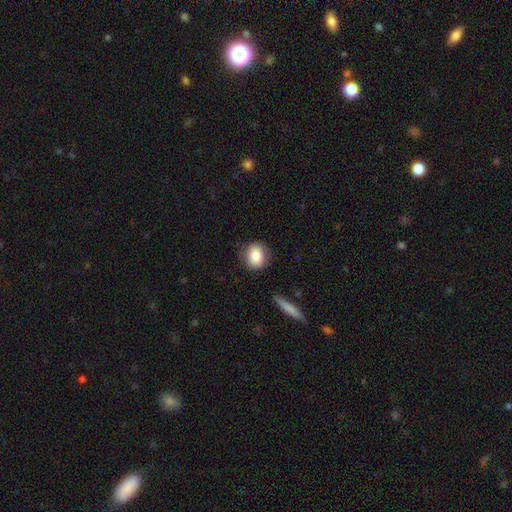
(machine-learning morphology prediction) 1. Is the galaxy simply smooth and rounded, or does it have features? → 85% smooth, 8% star or artifact, 7% featured or disk.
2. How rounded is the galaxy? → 65% round, 33% in between, 1% cigar-shaped.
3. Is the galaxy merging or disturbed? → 81% none, 14% minor disturbance, 4% major disturbance, 2% merger.